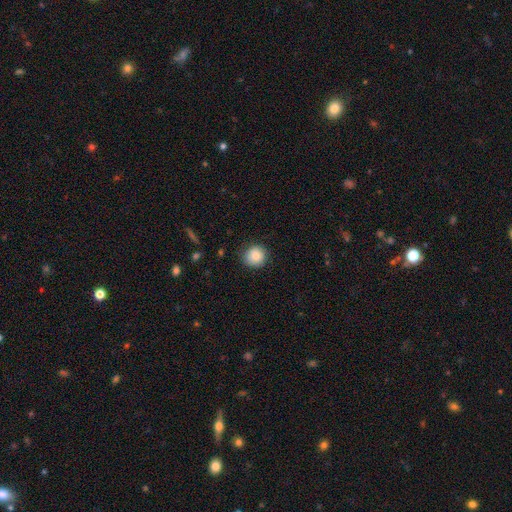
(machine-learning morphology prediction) smooth 82%, star or artifact 9%, featured or disk 8%. Down the decision tree: how rounded — round (91%); merging — none (84%).